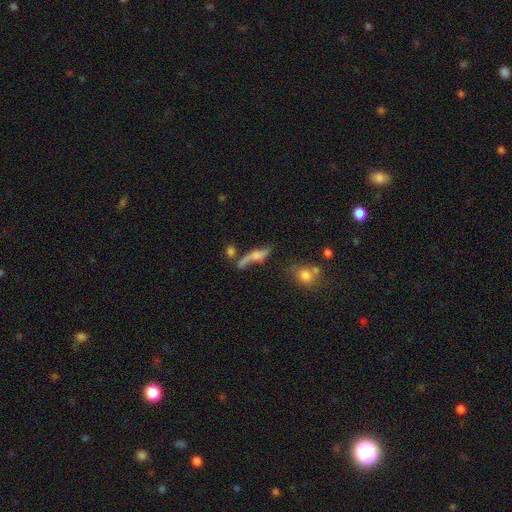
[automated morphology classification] A featured or disk galaxy (48%). Merging: none (41%).